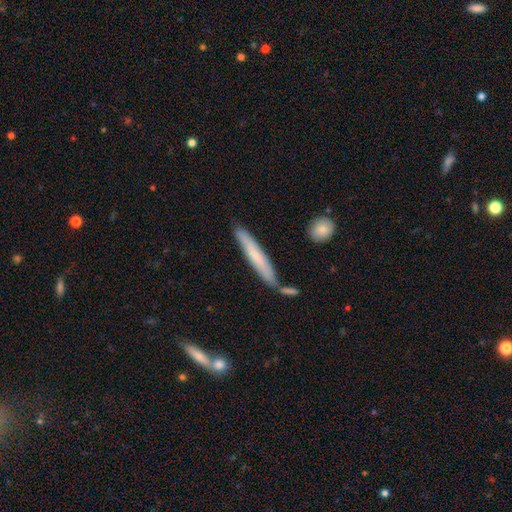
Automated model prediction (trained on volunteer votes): Morphology: type=smooth (63%); roundness=cigar-shaped (94%); merging=none (77%).